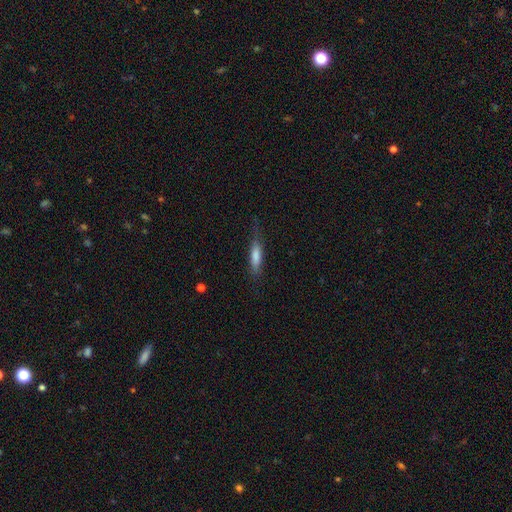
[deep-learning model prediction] smooth-or-featured: smooth: 62% | featured or disk: 30% | star or artifact: 8%
  how-rounded: cigar-shaped: 82% | in between: 17% | round: 2%
  merging: none: 67% | minor disturbance: 23% | major disturbance: 9% | merger: 2%